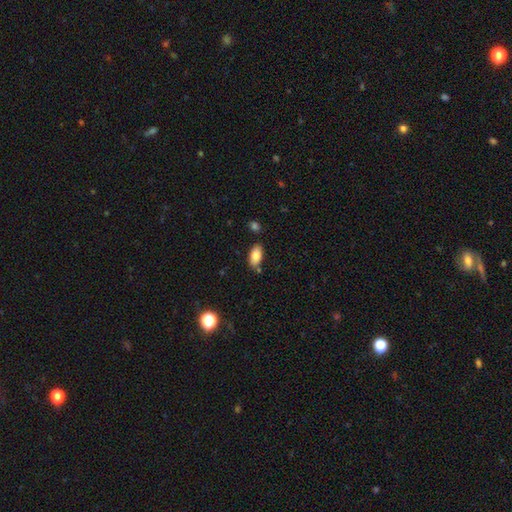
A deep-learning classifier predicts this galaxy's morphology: This is clearly a smooth galaxy (84%). How rounded: clearly in between (93%). Merging: likely none (77%).